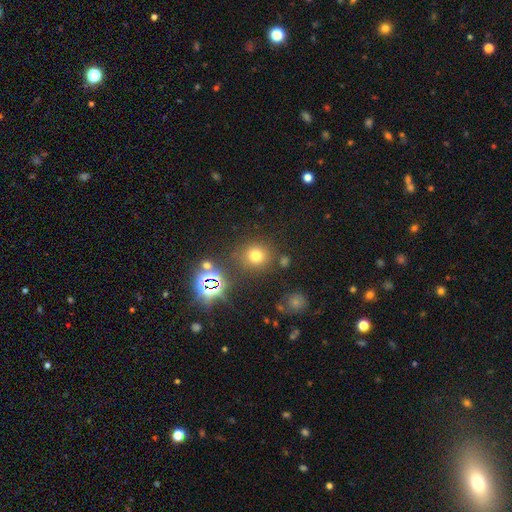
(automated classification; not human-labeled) Smooth or featured: smooth — 66% (star or artifact — 25%)
How rounded: round — 88% (in between — 11%)
Merging: none — 79% (minor disturbance — 10%)